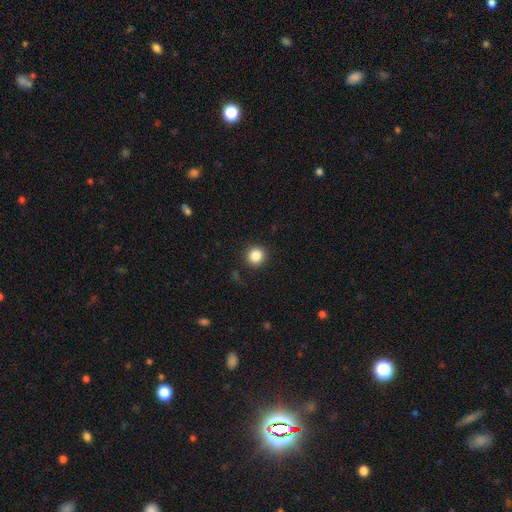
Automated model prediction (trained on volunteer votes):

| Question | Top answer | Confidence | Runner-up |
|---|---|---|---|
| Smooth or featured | smooth | 86% | star or artifact (10%) |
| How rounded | round | 92% | in between (7%) |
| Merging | none | 89% | minor disturbance (7%) |